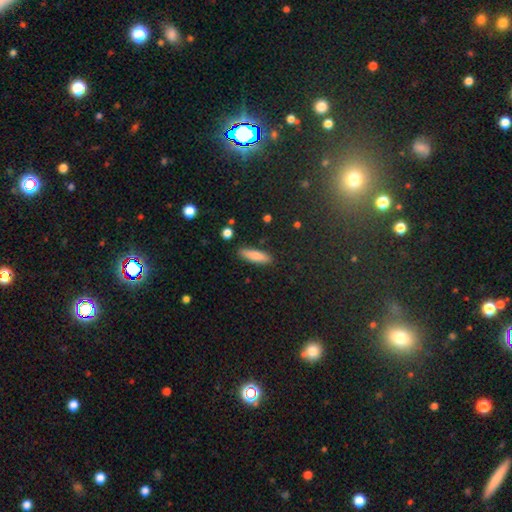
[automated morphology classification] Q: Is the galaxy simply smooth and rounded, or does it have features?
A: smooth — 83%.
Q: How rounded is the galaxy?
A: cigar-shaped — 58%.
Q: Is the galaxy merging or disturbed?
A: none — 86%.